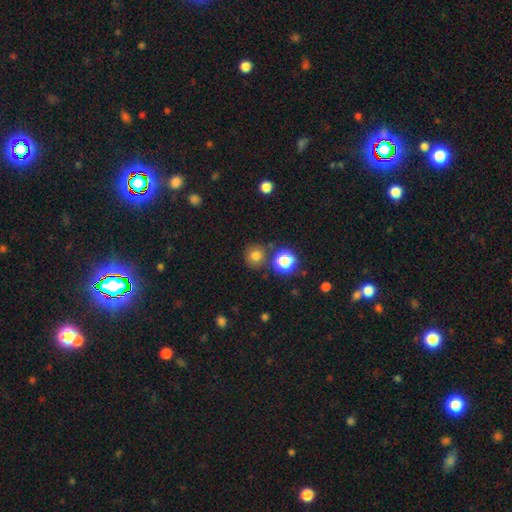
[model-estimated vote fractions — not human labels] Overall: smooth (74%). How rounded: round (90%). Merging: none (76%).